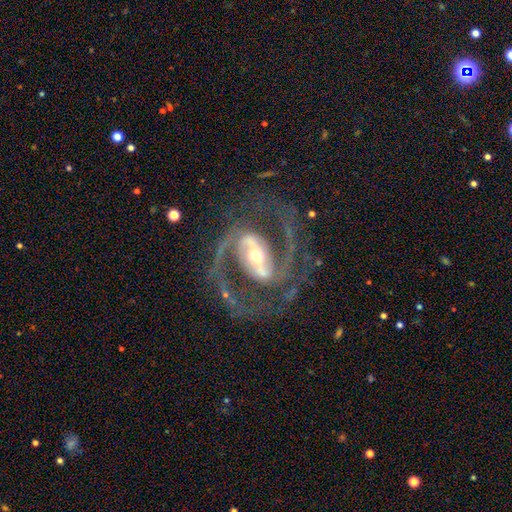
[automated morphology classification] type=featured or disk (92%); edge-on=no (97%); bar=strong (67%); spiral arms=yes (98%); winding=medium (61%); arm count=2 (89%); bulge=moderate (58%); merging=none (73%).